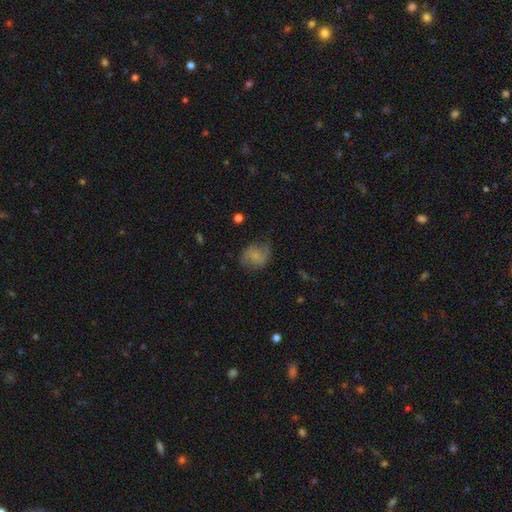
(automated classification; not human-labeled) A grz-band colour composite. It shows a smooth galaxy with no disk features (46%). Merging: none (64%).